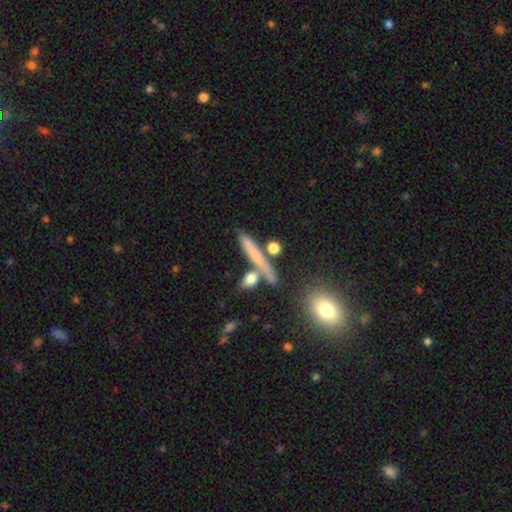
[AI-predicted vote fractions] Smooth or featured?
  - smooth: 61% *
  - featured or disk: 29%
  - star or artifact: 10%
How rounded?
  - cigar-shaped: 85% *
  - in between: 9%
  - round: 6%
Merging?
  - none: 67% *
  - merger: 15%
  - minor disturbance: 13%
  - major disturbance: 5%